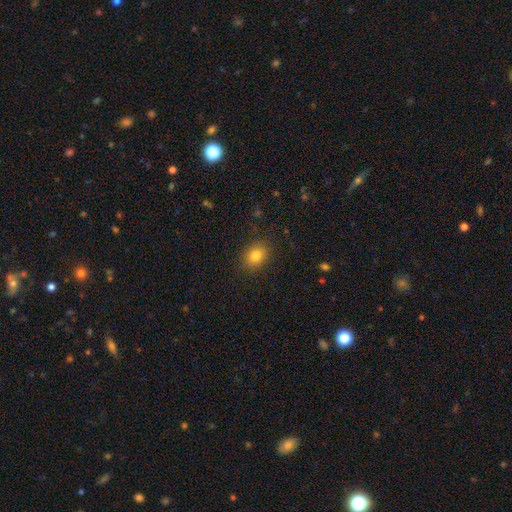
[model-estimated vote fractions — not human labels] smooth 82%, star or artifact 11%, featured or disk 7%. Down the decision tree: how rounded — in between (56%); merging — none (85%).